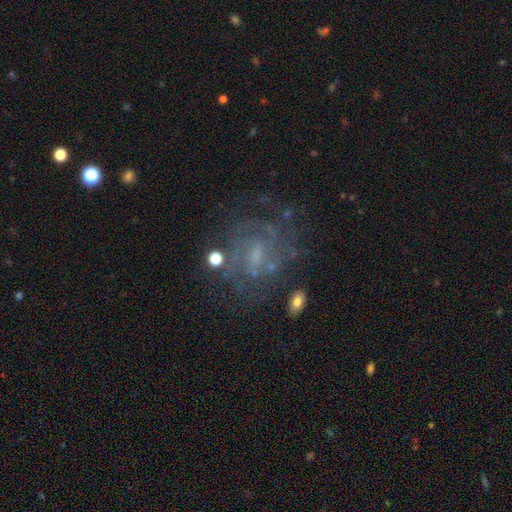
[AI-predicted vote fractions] This appears to be a featured or disk galaxy (72%) with a weak bar (48%), tight (48%) spiral arms (80%) and a small central bulge (48%). Merging: none (64%).